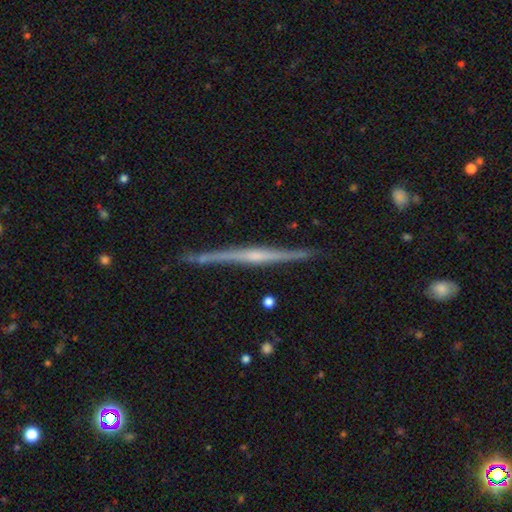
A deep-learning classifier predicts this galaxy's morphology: Smooth or featured? featured or disk (81%)
Edge-on disk? yes (98%)
Edge-on bulge? rounded (57%)
Merging? none (86%)